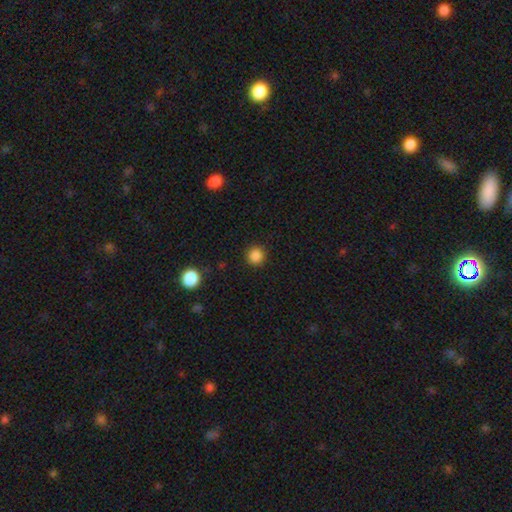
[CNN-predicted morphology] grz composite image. It shows a smooth galaxy with no disk features (85%) that is round (94%). Merging: none (91%).